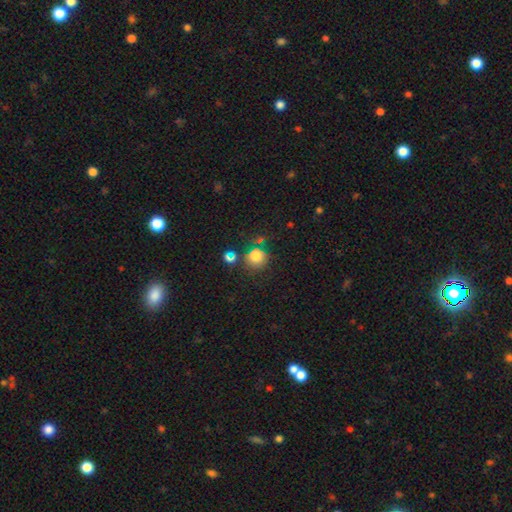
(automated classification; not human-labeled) Overall: smooth (76%). How rounded: round (90%). Merging: none (73%).